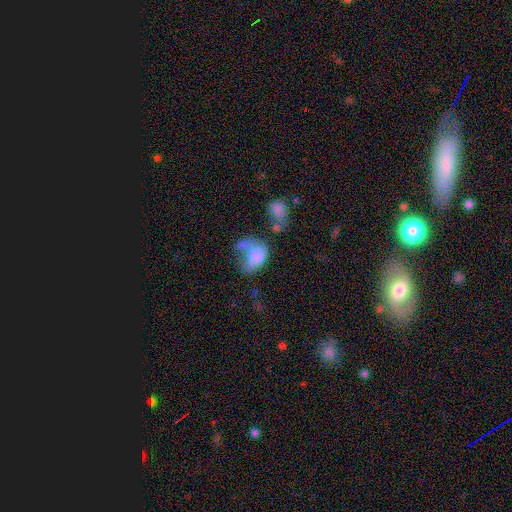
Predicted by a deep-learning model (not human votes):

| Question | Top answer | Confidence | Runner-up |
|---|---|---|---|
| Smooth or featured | smooth | 63% | featured or disk (27%) |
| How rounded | in between | 77% | round (21%) |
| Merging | merger | 38% | major disturbance (29%) |